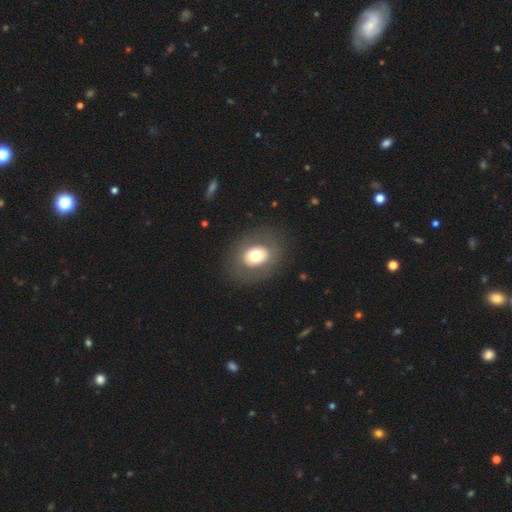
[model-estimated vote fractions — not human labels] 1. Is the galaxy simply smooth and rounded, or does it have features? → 63% smooth, 29% featured or disk, 8% star or artifact.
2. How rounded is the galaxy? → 50% round, 49% in between, 1% cigar-shaped.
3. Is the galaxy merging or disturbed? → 83% none, 9% minor disturbance, 7% major disturbance, 1% merger.